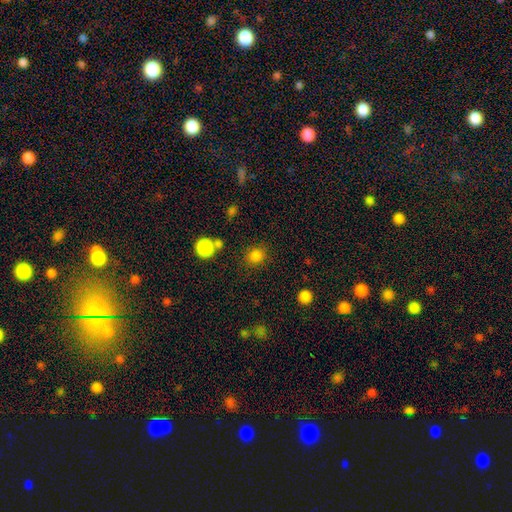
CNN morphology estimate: Smooth or featured? Predicted: smooth (p=0.83). How rounded? Predicted: round (p=0.85). Merging? Predicted: none (p=0.81).